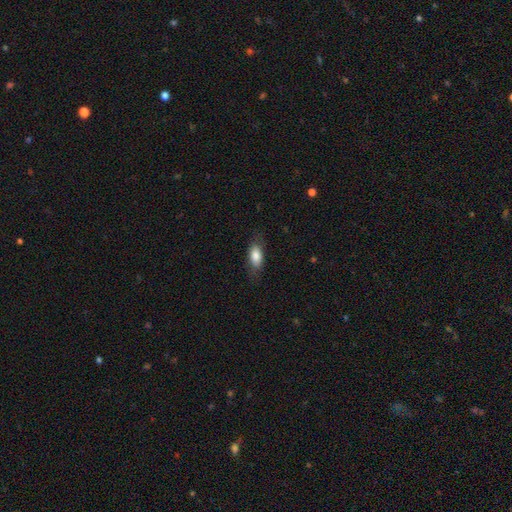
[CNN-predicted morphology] Smooth or featured: smooth — 82% (featured or disk — 12%)
How rounded: in between — 82% (cigar-shaped — 14%)
Merging: none — 76% (minor disturbance — 17%)